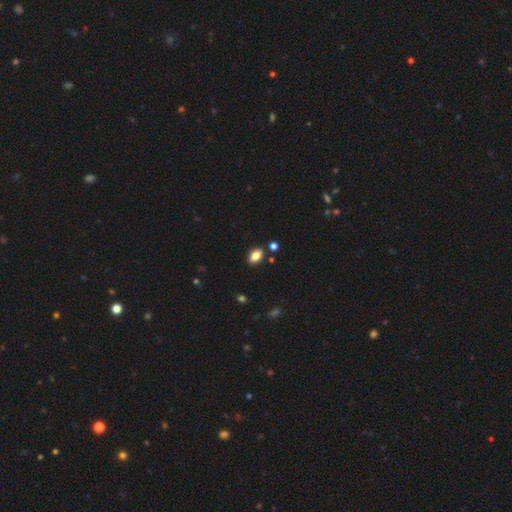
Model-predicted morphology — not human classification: This appears to be a smooth galaxy with no disk features (84%) that is in between round and cigar-shaped (88%). Merging: none (85%).